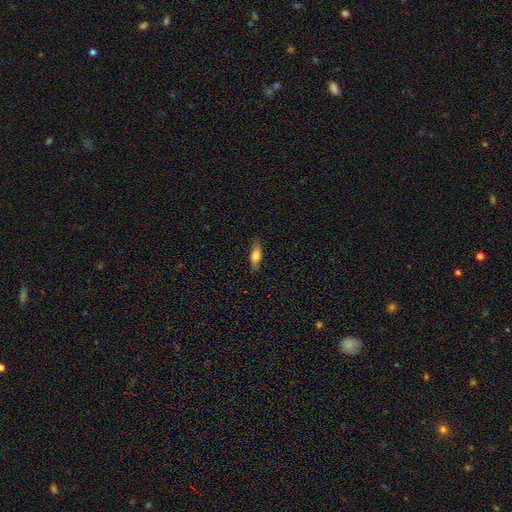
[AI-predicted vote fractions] smooth_or_featured: smooth (p=0.70) [alt: featured or disk p=0.23]
how_rounded: in between (p=0.51) [alt: cigar-shaped p=0.47]
merging: none (p=0.83) [alt: minor disturbance p=0.13]